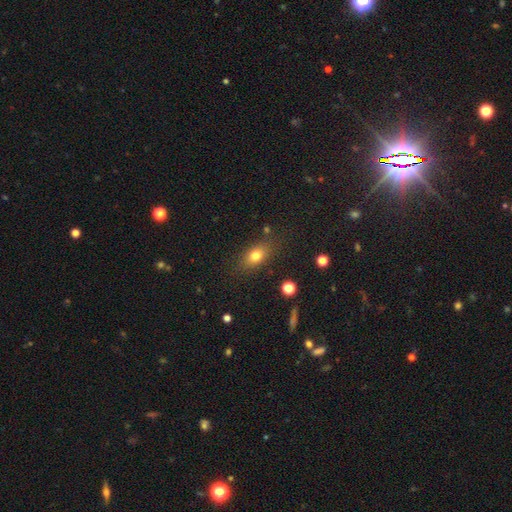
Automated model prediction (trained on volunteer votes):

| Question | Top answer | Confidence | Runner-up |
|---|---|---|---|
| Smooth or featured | smooth | 77% | featured or disk (12%) |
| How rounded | in between | 74% | round (18%) |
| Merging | none | 79% | minor disturbance (14%) |